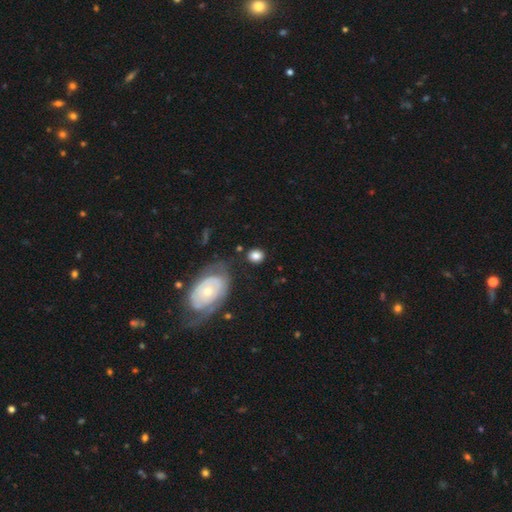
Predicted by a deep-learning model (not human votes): Smooth or featured?
  - smooth: 79% *
  - featured or disk: 13%
  - star or artifact: 8%
How rounded?
  - round: 62% *
  - in between: 37%
  - cigar-shaped: 1%
Merging?
  - none: 75% *
  - minor disturbance: 14%
  - major disturbance: 6%
  - merger: 5%